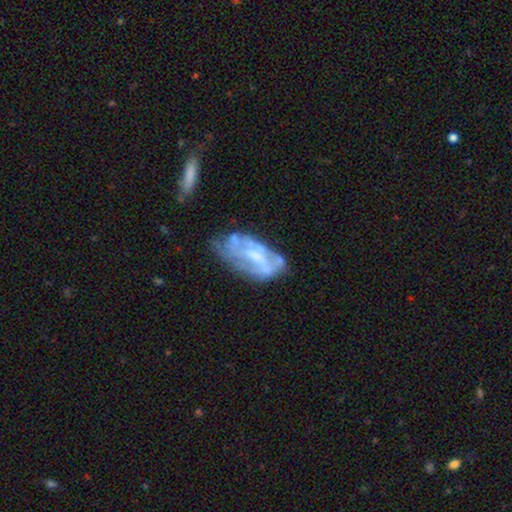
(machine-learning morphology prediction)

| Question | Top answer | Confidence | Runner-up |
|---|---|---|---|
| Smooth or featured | featured or disk | 67% | smooth (25%) |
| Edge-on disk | no | 93% | yes (7%) |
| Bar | no | 56% | weak (32%) |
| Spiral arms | no | 56% | yes (44%) |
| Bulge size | none | 36% | small (31%) |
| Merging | none | 41% | minor disturbance (29%) |